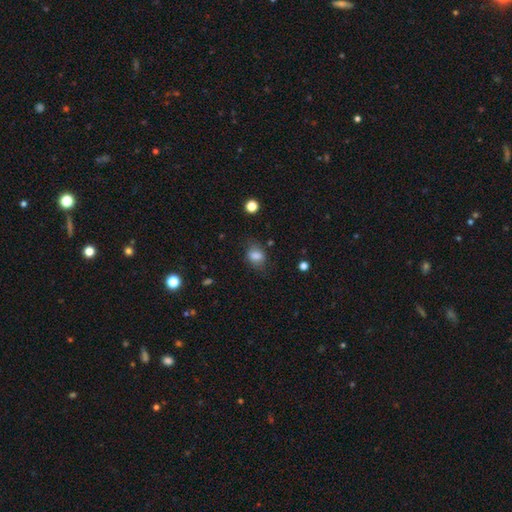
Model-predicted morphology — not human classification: Smooth or featured?
  - smooth: 77% *
  - featured or disk: 13%
  - star or artifact: 10%
How rounded?
  - in between: 72% *
  - round: 26%
  - cigar-shaped: 2%
Merging?
  - none: 68% *
  - minor disturbance: 22%
  - major disturbance: 8%
  - merger: 2%